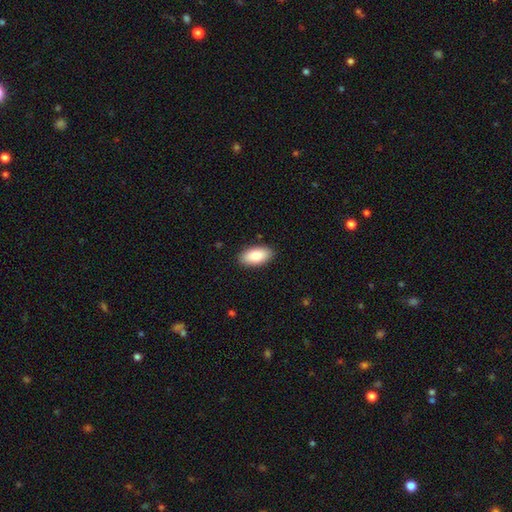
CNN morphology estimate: type=smooth (85%); roundness=in between (95%); merging=none (89%).